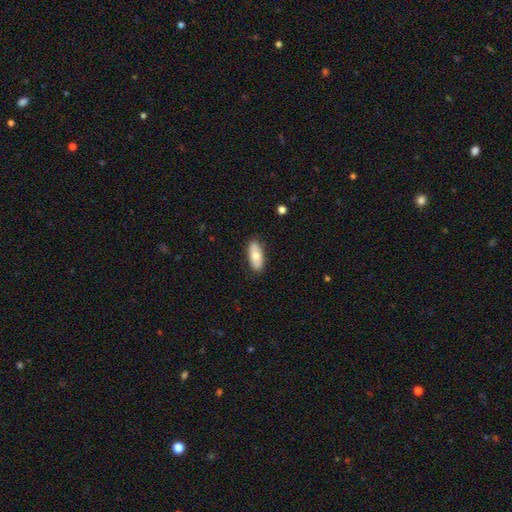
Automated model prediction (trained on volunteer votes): The model was most divided on "smooth or featured": smooth: 70%, featured or disk: 24%, star or artifact: 6%. More confident: merging — none (86%); how rounded — in between (86%).